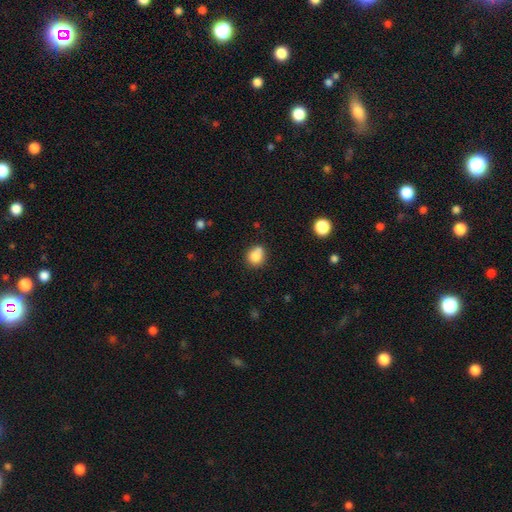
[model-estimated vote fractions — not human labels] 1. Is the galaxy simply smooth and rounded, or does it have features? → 80% smooth, 10% star or artifact, 9% featured or disk.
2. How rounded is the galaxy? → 79% round, 20% in between, 1% cigar-shaped.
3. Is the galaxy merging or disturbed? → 57% none, 23% merger, 16% minor disturbance, 4% major disturbance.